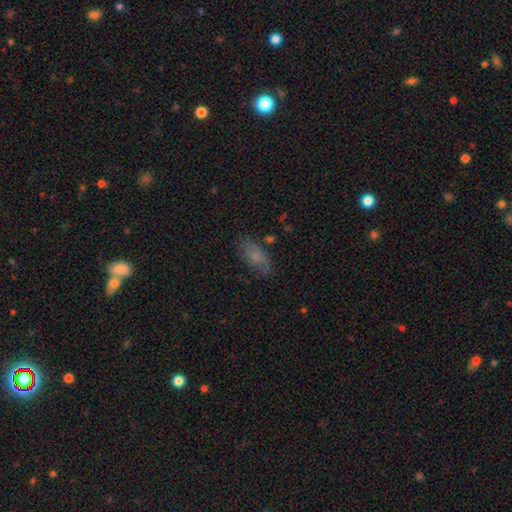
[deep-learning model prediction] Smooth or featured?
  - smooth: 74% *
  - featured or disk: 17%
  - star or artifact: 9%
How rounded?
  - in between: 86% *
  - cigar-shaped: 11%
  - round: 3%
Merging?
  - none: 77% *
  - minor disturbance: 17%
  - major disturbance: 4%
  - merger: 2%